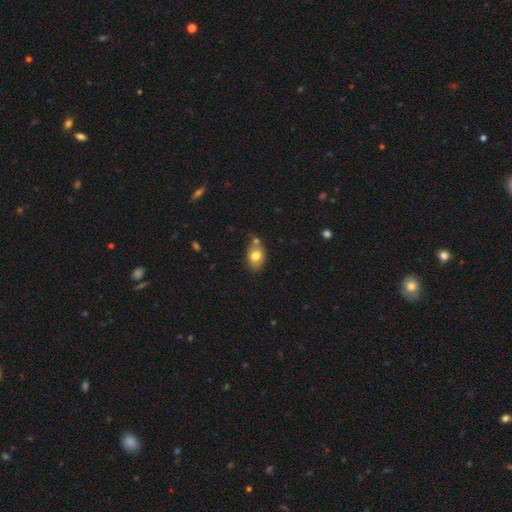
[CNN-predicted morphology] This appears to be a smooth galaxy with no disk features (76%) that is in between round and cigar-shaped (76%). Merging: none (61%).